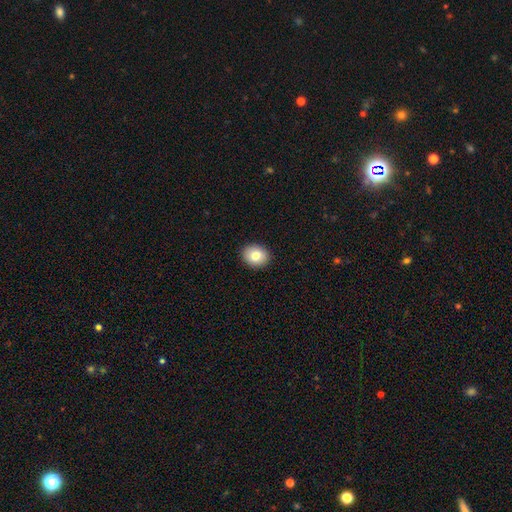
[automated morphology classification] A smooth galaxy with no disk features (81%) that is round (56%). Merging: none (91%).